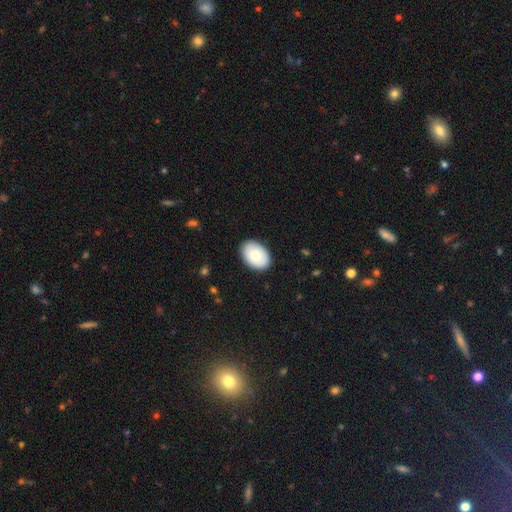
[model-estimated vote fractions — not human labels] smooth_or_featured: smooth (p=0.81) [alt: featured or disk p=0.13]
how_rounded: in between (p=0.87) [alt: round p=0.12]
merging: none (p=0.88) [alt: minor disturbance p=0.10]